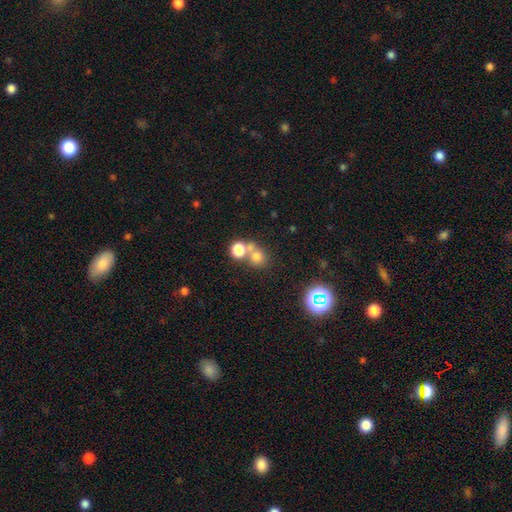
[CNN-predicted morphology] smooth_or_featured: smooth (p=0.67) [alt: star or artifact p=0.22]
how_rounded: round (p=0.83) [alt: in between p=0.16]
merging: none (p=0.48) [alt: merger p=0.41]